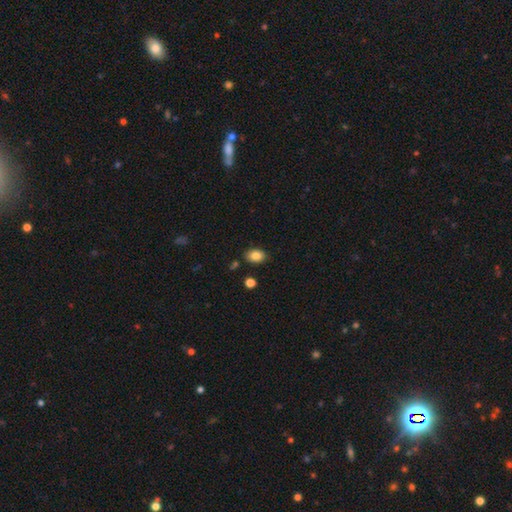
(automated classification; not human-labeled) This is clearly a smooth galaxy (85%). How rounded: likely in between (77%). Merging: clearly none (85%).